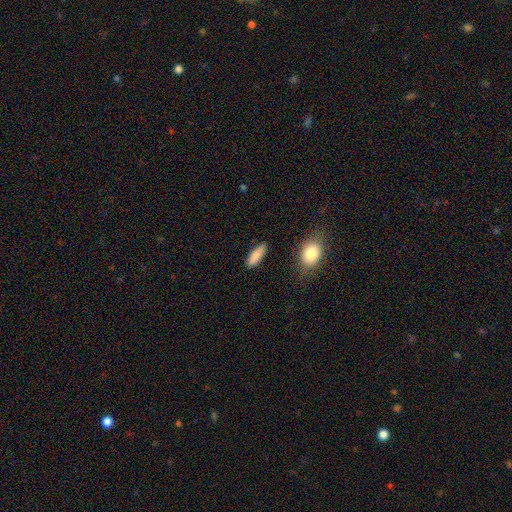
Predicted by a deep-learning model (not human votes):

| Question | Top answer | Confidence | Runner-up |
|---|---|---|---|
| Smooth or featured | smooth | 87% | featured or disk (7%) |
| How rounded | in between | 57% | cigar-shaped (41%) |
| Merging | none | 85% | minor disturbance (10%) |